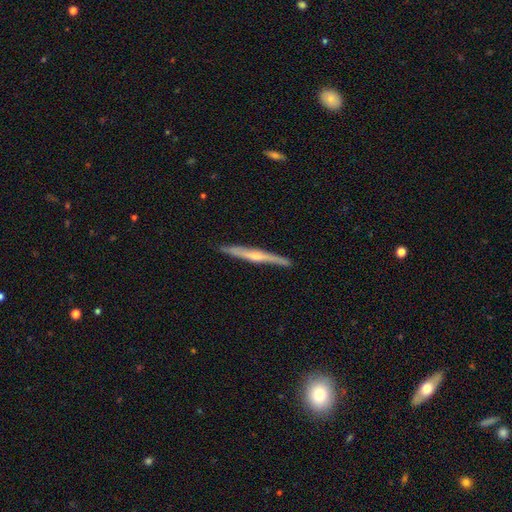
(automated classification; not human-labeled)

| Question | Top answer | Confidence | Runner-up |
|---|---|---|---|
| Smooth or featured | featured or disk | 68% | smooth (26%) |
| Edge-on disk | yes | 97% | no (3%) |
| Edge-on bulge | rounded | 66% | none (26%) |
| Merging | none | 88% | minor disturbance (9%) |